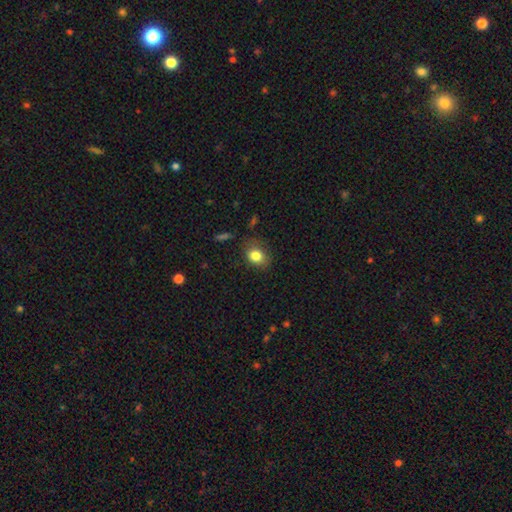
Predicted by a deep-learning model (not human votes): Smooth or featured: smooth — 82% (star or artifact — 10%)
How rounded: in between — 57% (round — 42%)
Merging: none — 76% (minor disturbance — 17%)